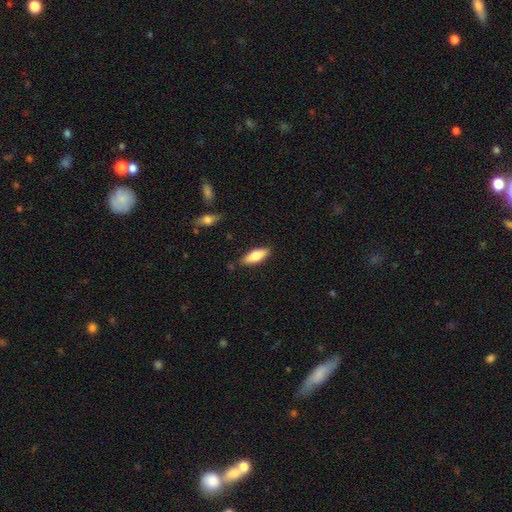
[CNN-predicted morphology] smooth 74%, featured or disk 20%, star or artifact 6%. Down the decision tree: how rounded — in between (72%); merging — none (85%).